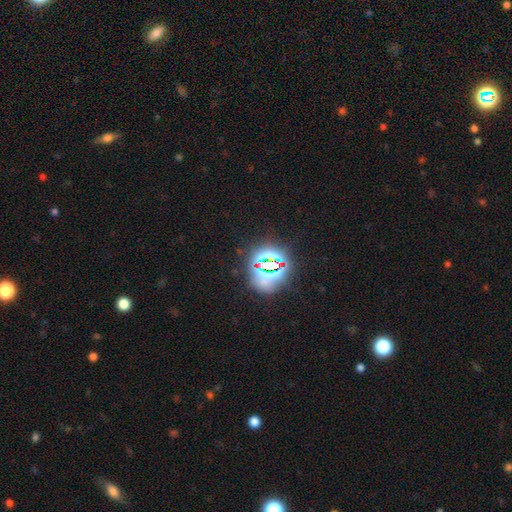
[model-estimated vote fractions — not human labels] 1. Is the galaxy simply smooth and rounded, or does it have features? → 81% star or artifact, 12% smooth, 7% featured or disk.